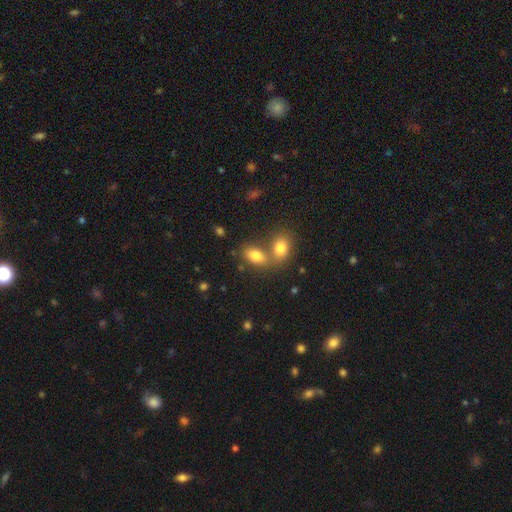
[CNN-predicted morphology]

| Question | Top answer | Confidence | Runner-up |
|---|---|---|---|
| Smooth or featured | smooth | 81% | featured or disk (10%) |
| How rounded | in between | 88% | round (9%) |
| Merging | merger | 52% | none (37%) |